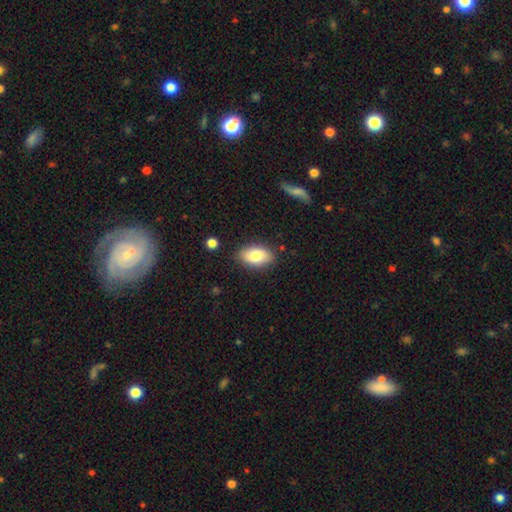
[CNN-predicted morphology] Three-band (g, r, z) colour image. It shows a smooth galaxy with no disk features (82%) that is in between round and cigar-shaped (93%). Merging: none (84%).